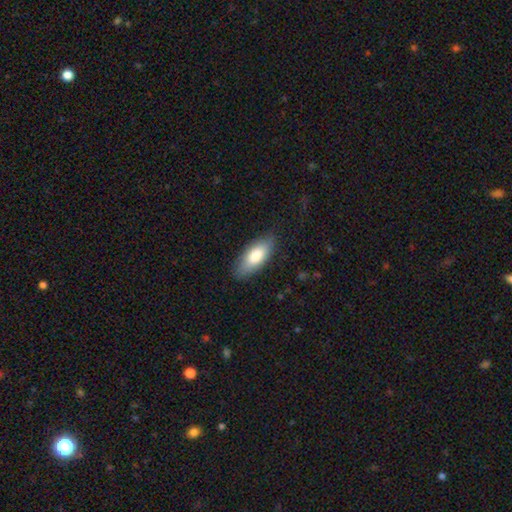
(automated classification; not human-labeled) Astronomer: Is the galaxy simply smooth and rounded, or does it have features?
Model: smooth — 80%.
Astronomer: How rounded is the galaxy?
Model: in between — 83%.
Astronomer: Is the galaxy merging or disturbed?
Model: none — 81%.